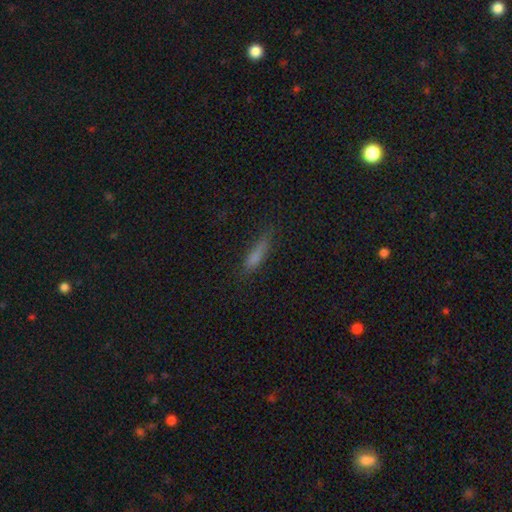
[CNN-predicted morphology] This is likely a smooth galaxy (74%). How rounded: likely cigar-shaped (72%). Merging: likely none (70%).